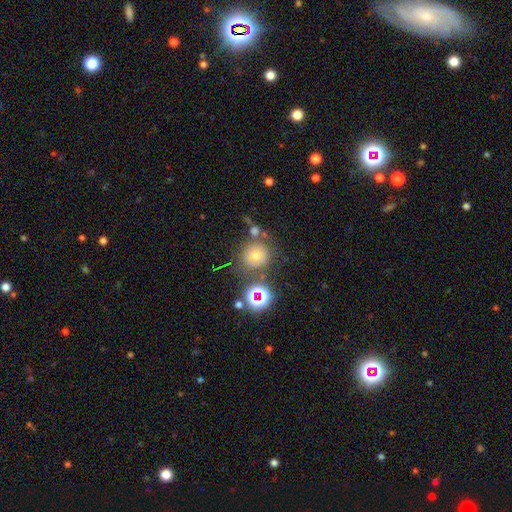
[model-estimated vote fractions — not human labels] smooth 53%, star or artifact 29%, featured or disk 19%. Down the decision tree: how rounded — round (88%); merging — none (70%).